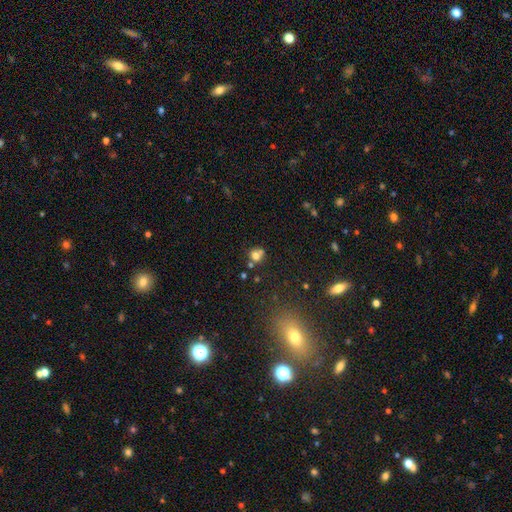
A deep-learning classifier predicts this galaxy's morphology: A smooth galaxy with no disk features (70%) that is round (80%).

Vote fractions:
- Smooth or featured? smooth: 70% / star or artifact: 17% / featured or disk: 13%
- How rounded? round: 80% / in between: 19% / cigar-shaped: 1%
- Merging? none: 49% / merger: 36% / minor disturbance: 11% / major disturbance: 5%